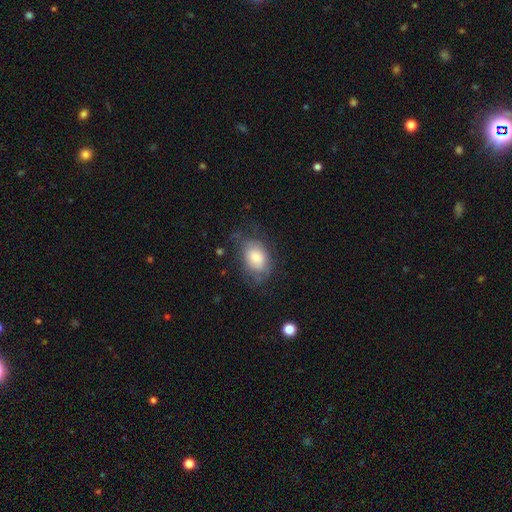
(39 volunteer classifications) Volunteers were most divided on "merging": none: 50%, minor disturbance: 28%, major disturbance: 19%, merger: 3%. More confident: how rounded — in between (76%); smooth or featured — smooth (64%).